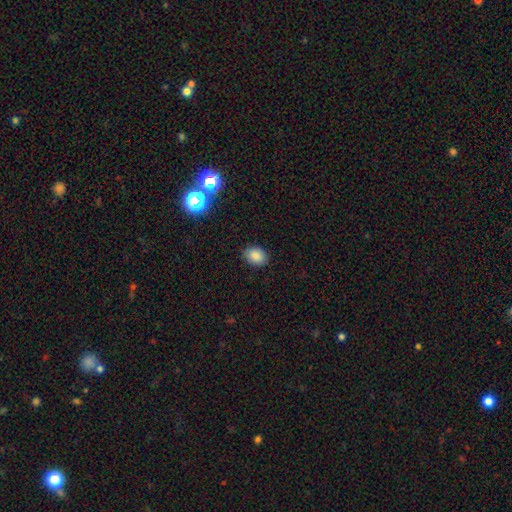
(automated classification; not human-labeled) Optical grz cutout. It shows a smooth galaxy with no disk features (85%) that is in between round and cigar-shaped (65%). Merging: none (85%).